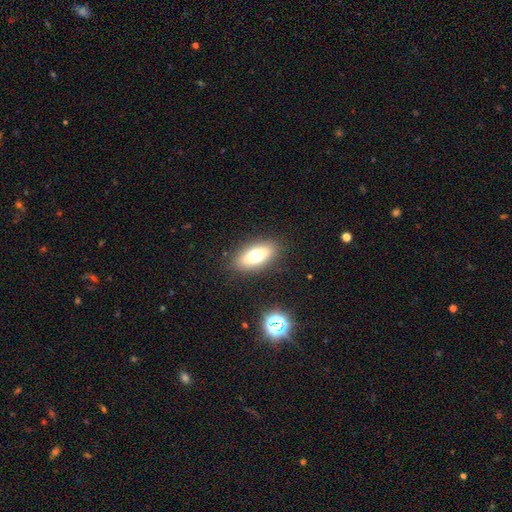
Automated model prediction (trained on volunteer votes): smooth-or-featured: smooth: 65% | featured or disk: 25% | star or artifact: 10%
  how-rounded: in between: 81% | cigar-shaped: 14% | round: 5%
  merging: none: 86% | minor disturbance: 9% | major disturbance: 3% | merger: 2%